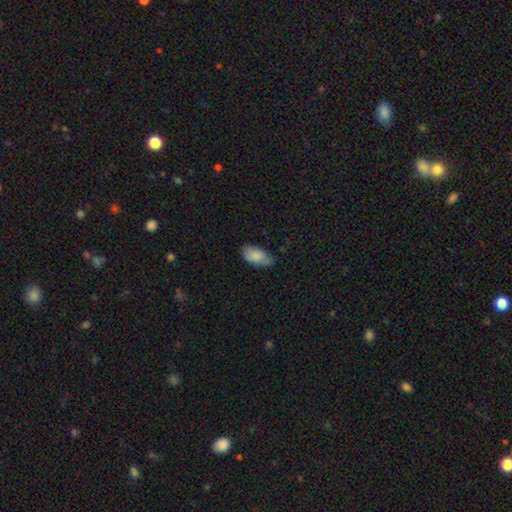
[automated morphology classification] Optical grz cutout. It shows a smooth galaxy with no disk features (82%) that is in between round and cigar-shaped (93%). Merging: none (59%).